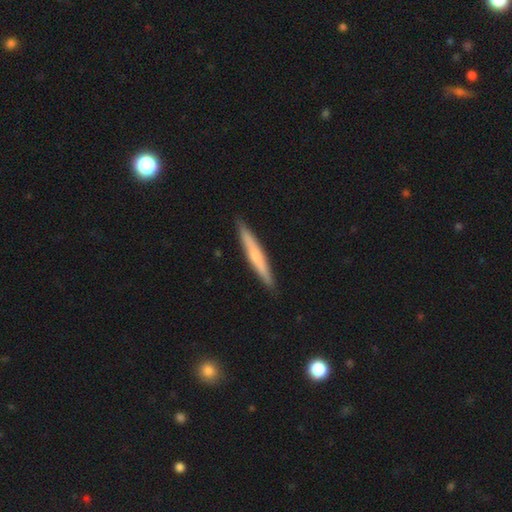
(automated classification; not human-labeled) smooth 54%, featured or disk 40%, star or artifact 6%. Down the decision tree: how rounded — cigar-shaped (96%); merging — none (91%).